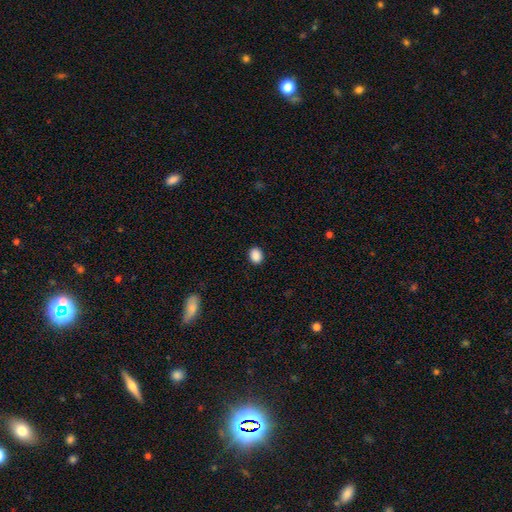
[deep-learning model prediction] A smooth galaxy with no disk features (89%) that is in between round and cigar-shaped (52%). Merging: none (89%).